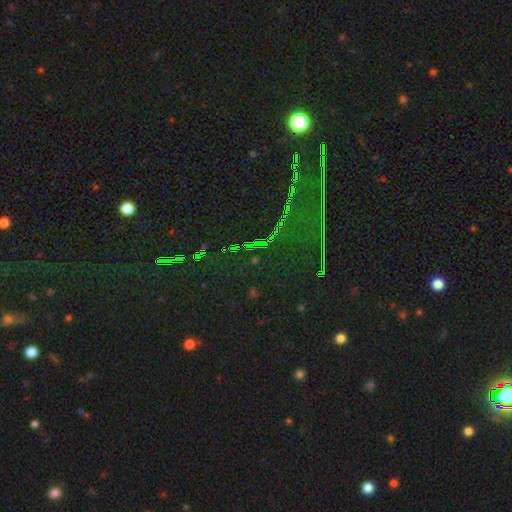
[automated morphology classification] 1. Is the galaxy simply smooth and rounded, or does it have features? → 84% star or artifact, 9% smooth, 7% featured or disk.